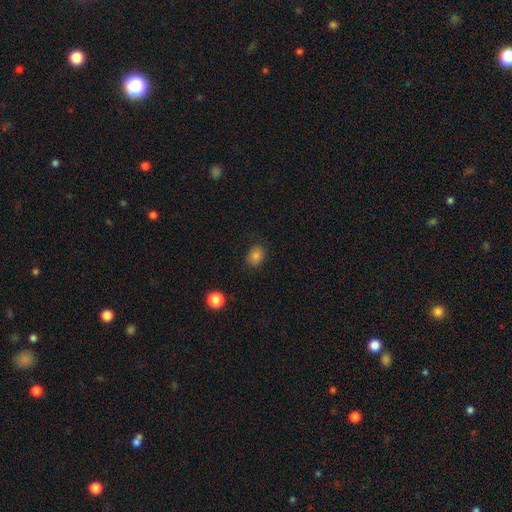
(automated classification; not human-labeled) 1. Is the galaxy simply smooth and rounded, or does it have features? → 81% smooth, 12% star or artifact, 7% featured or disk.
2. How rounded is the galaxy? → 58% in between, 41% round, 1% cigar-shaped.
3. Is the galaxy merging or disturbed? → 82% none, 14% minor disturbance, 3% major disturbance, 1% merger.